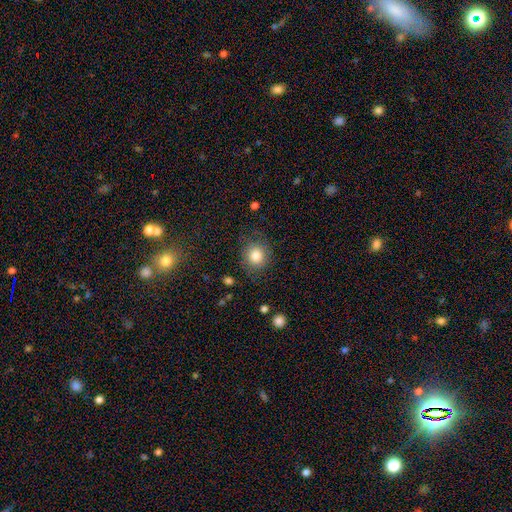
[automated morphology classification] smooth_or_featured: smooth (p=0.82) [alt: star or artifact p=0.10]
how_rounded: round (p=0.79) [alt: in between p=0.20]
merging: none (p=0.80) [alt: minor disturbance p=0.14]